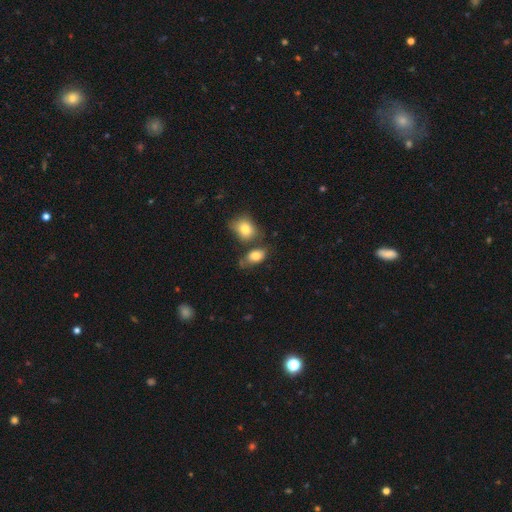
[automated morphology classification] Q: Smooth or featured?
A: smooth (80%); runner-up: featured or disk (12%)
Q: How rounded?
A: in between (86%); runner-up: round (12%)
Q: Merging?
A: none (52%); runner-up: merger (23%)